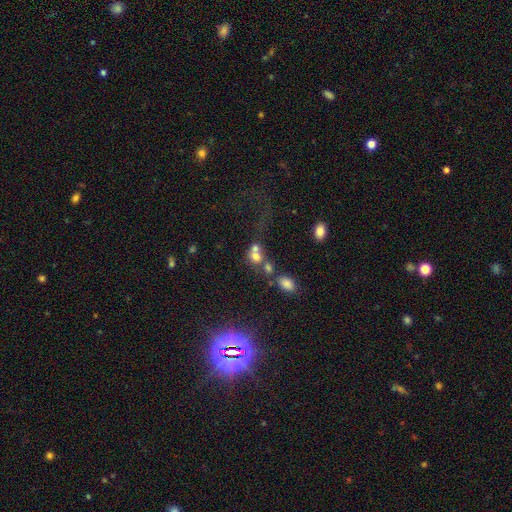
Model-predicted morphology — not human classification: smooth_or_featured: smooth (p=0.66) [alt: featured or disk p=0.18]
how_rounded: round (p=0.67) [alt: in between p=0.31]
merging: merger (p=0.59) [alt: none p=0.26]